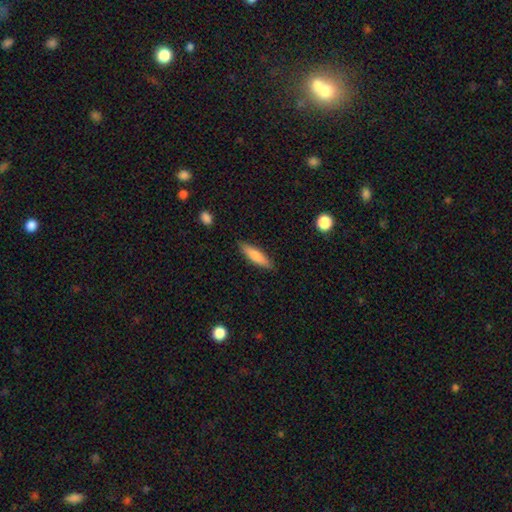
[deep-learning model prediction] Overall: smooth (80%). How rounded: cigar-shaped (72%). Merging: none (87%).